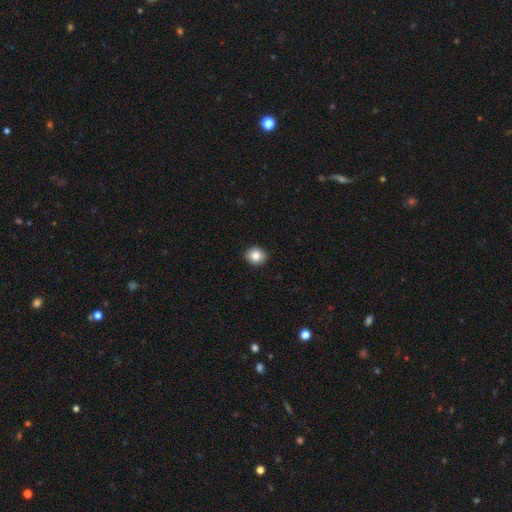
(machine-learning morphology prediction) A smooth galaxy with no disk features (83%) that is round (82%).

Vote fractions:
- Smooth or featured? smooth: 83% / star or artifact: 9% / featured or disk: 8%
- How rounded? round: 82% / in between: 17% / cigar-shaped: 1%
- Merging? none: 92% / minor disturbance: 6% / major disturbance: 2% / merger: 1%